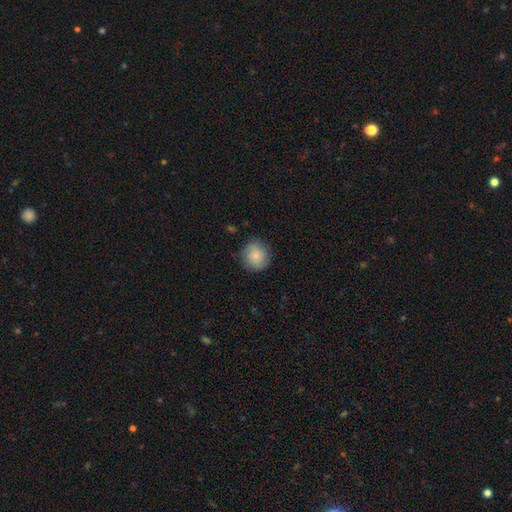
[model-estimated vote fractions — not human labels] This is likely a smooth galaxy (71%). How rounded: clearly round (87%). Merging: clearly none (82%).